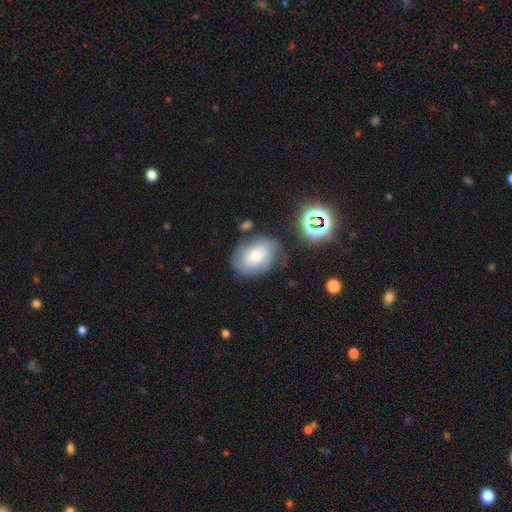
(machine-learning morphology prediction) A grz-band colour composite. It shows a smooth galaxy with no disk features (47%). Merging: none (66%).